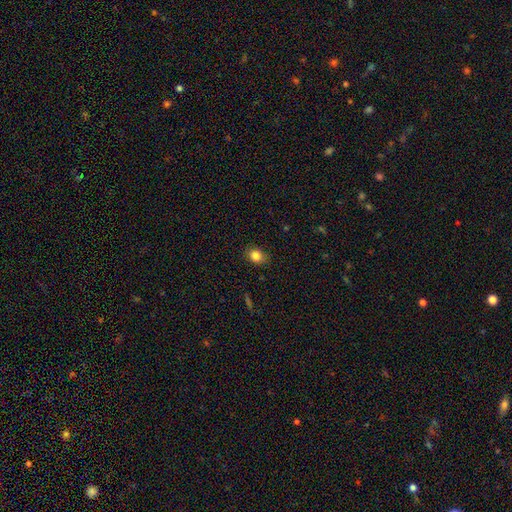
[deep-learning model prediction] Smooth or featured: smooth — 83% (star or artifact — 11%)
How rounded: round — 51% (in between — 48%)
Merging: none — 83% (minor disturbance — 14%)